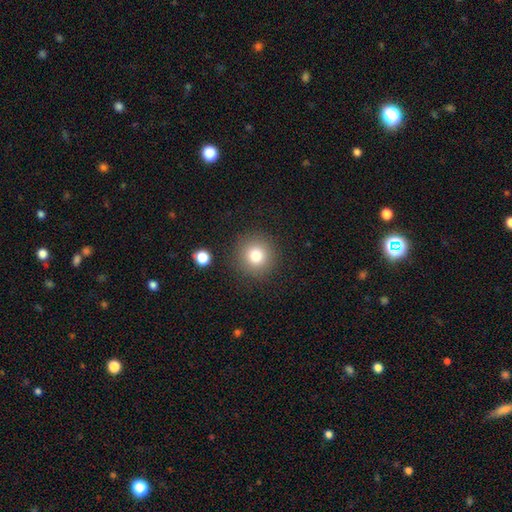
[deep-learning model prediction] smooth 79%, star or artifact 12%, featured or disk 9%. Down the decision tree: how rounded — round (95%); merging — none (88%).